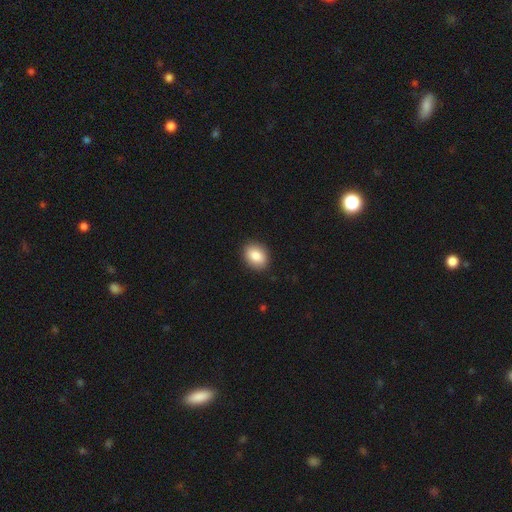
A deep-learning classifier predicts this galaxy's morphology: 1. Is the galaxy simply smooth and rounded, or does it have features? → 86% smooth, 7% star or artifact, 6% featured or disk.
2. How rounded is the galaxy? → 69% in between, 30% round, 1% cigar-shaped.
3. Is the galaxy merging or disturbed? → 90% none, 7% minor disturbance, 2% major disturbance, 1% merger.